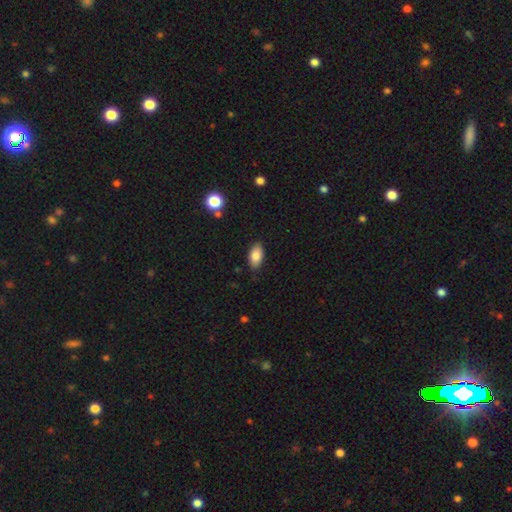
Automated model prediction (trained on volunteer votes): Overall: smooth (85%). How rounded: in between (93%). Merging: none (84%).